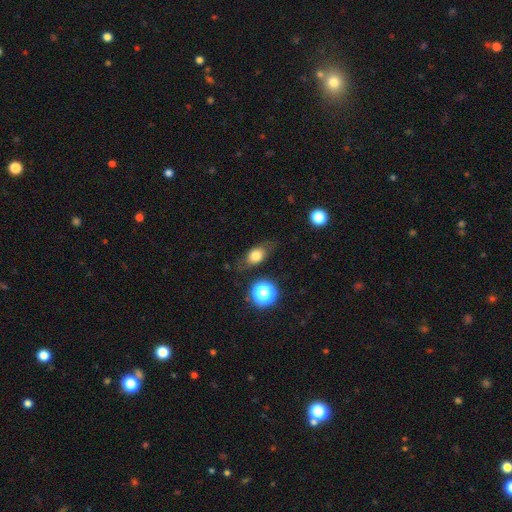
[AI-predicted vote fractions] A smooth galaxy with no disk features (70%) that is in between round and cigar-shaped (68%).

Vote fractions:
- Smooth or featured? smooth: 70% / featured or disk: 18% / star or artifact: 12%
- How rounded? in between: 68% / round: 26% / cigar-shaped: 6%
- Merging? none: 69% / minor disturbance: 20% / major disturbance: 8% / merger: 2%